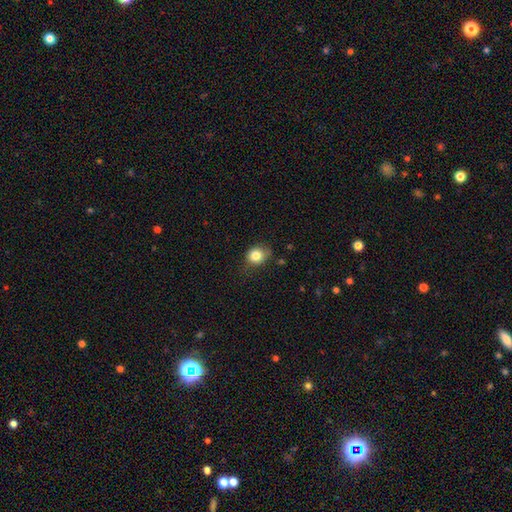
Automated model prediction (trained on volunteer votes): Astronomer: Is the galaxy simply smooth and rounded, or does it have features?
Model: smooth — 81%.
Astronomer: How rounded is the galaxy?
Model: round — 65%.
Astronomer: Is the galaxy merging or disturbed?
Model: none — 66%.